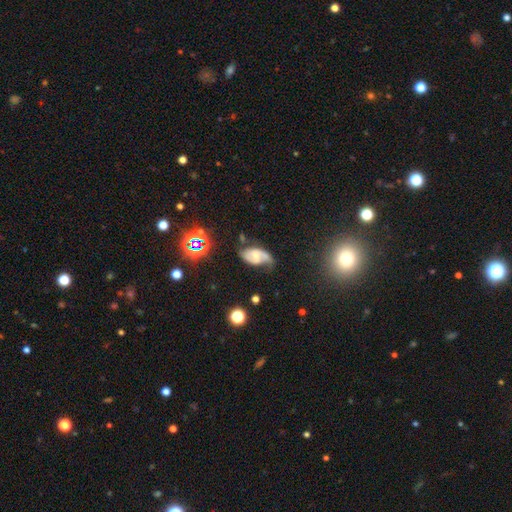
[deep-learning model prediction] Morphology: type=featured or disk (69%); edge-on=no (96%); bar=no (46%); spiral arms=yes (88%); winding=medium (43%); arm count=2 (75%); bulge=moderate (50%); merging=none (48%).